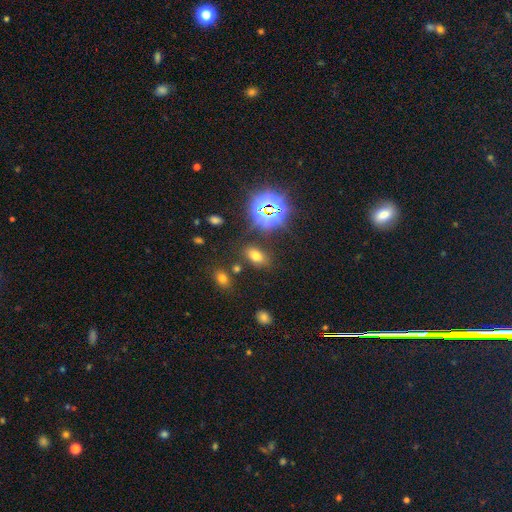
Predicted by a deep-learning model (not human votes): Morphology: type=smooth (63%); roundness=in between (85%); merging=none (81%).